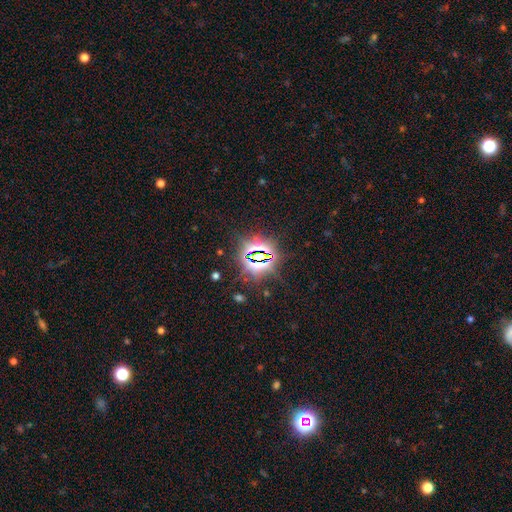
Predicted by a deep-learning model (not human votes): A star or artifact, not a galaxy (81%).